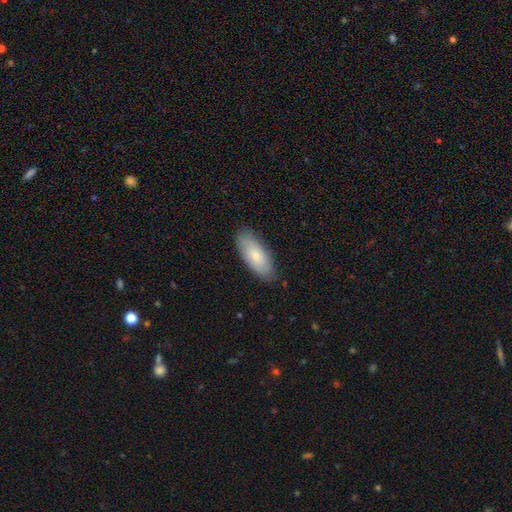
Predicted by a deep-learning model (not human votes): This appears to be a smooth galaxy with no disk features (77%) that is in between round and cigar-shaped (82%). Merging: none (84%).